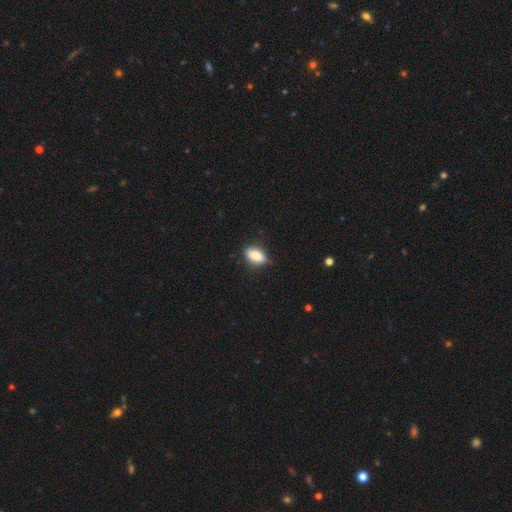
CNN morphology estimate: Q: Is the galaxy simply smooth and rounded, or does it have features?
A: smooth — 80%.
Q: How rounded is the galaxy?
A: in between — 83%.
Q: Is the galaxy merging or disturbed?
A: none — 80%.